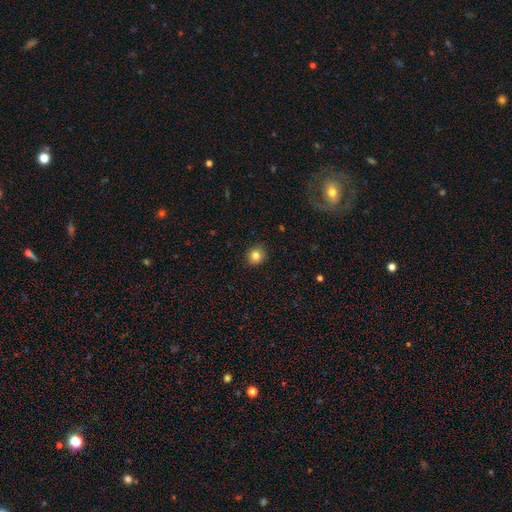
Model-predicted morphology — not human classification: smooth-or-featured: smooth: 83% | star or artifact: 10% | featured or disk: 7%
  how-rounded: round: 82% | in between: 17% | cigar-shaped: 1%
  merging: none: 90% | minor disturbance: 8% | major disturbance: 2% | merger: 1%